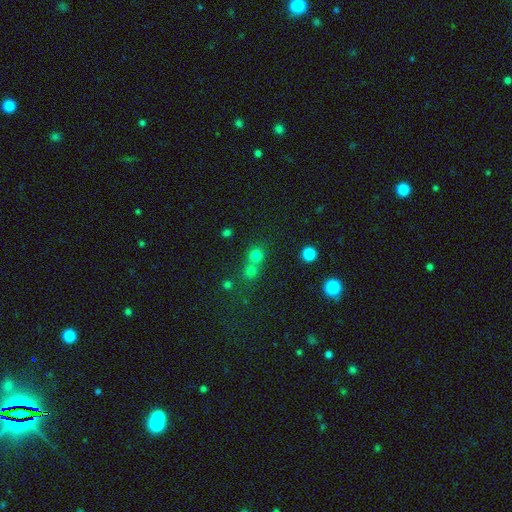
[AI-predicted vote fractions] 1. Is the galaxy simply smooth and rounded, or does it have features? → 74% smooth, 19% star or artifact, 7% featured or disk.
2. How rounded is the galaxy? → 88% round, 11% in between, 1% cigar-shaped.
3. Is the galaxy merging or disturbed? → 51% none, 41% merger, 6% minor disturbance, 3% major disturbance.